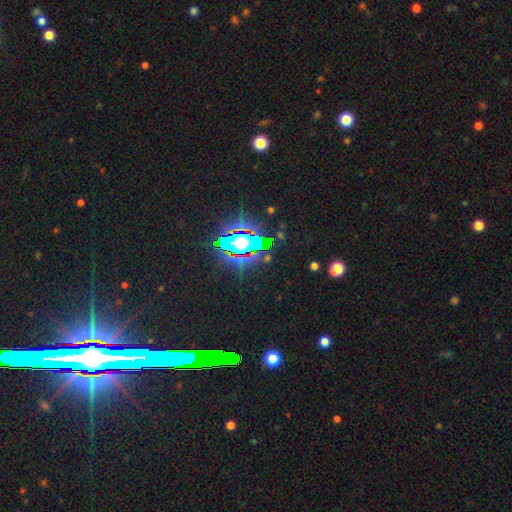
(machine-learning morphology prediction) The model was most divided on "smooth or featured": star or artifact: 84%, featured or disk: 8%, smooth: 8%.